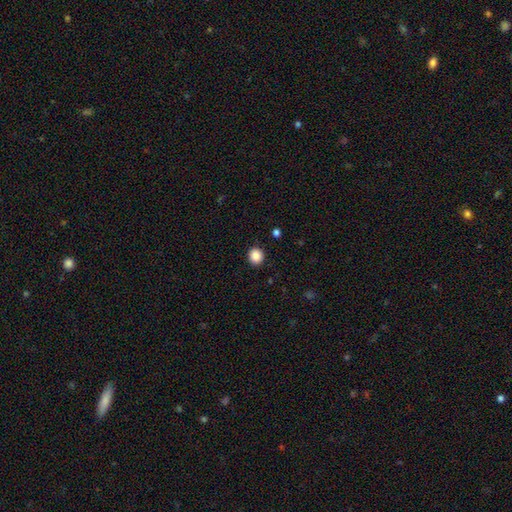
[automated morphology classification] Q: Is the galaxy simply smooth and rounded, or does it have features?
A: smooth — 88%.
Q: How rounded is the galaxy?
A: round — 88%.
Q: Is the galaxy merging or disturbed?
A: none — 92%.